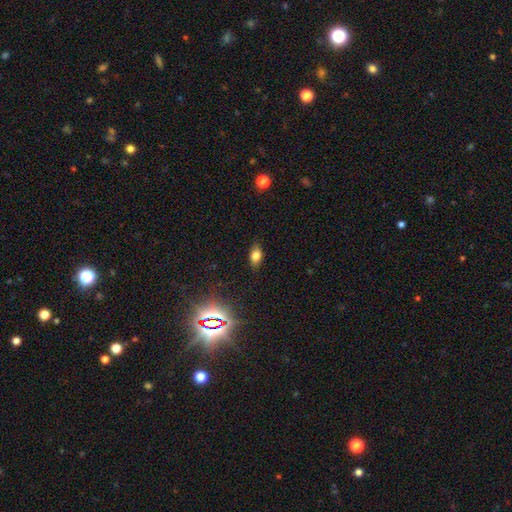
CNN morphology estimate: A smooth galaxy with no disk features (73%) that is in between round and cigar-shaped (83%).

Vote fractions:
- Smooth or featured? smooth: 73% / star or artifact: 15% / featured or disk: 12%
- How rounded? in between: 83% / round: 12% / cigar-shaped: 5%
- Merging? none: 83% / minor disturbance: 13% / major disturbance: 3% / merger: 1%